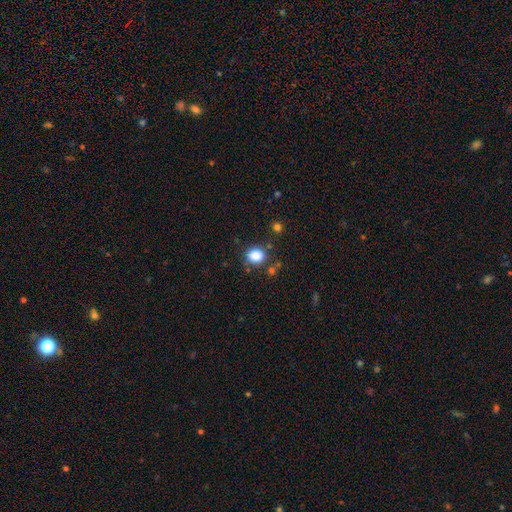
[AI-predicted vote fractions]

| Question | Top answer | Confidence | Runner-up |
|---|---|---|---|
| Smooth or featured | smooth | 86% | star or artifact (10%) |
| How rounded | round | 61% | in between (38%) |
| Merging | none | 78% | minor disturbance (13%) |